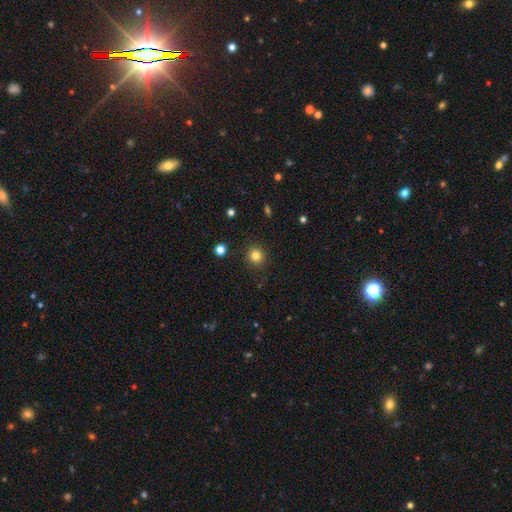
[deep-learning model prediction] The model was most divided on "smooth or featured": smooth: 81%, star or artifact: 13%, featured or disk: 6%. More confident: how rounded — round (92%); merging — none (89%).